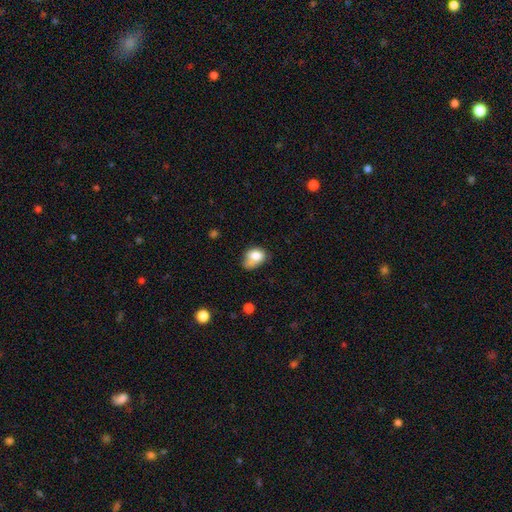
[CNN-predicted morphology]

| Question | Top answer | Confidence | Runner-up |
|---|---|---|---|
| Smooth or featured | smooth | 79% | featured or disk (12%) |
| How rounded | in between | 65% | round (34%) |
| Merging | minor disturbance | 34% | none (33%) |